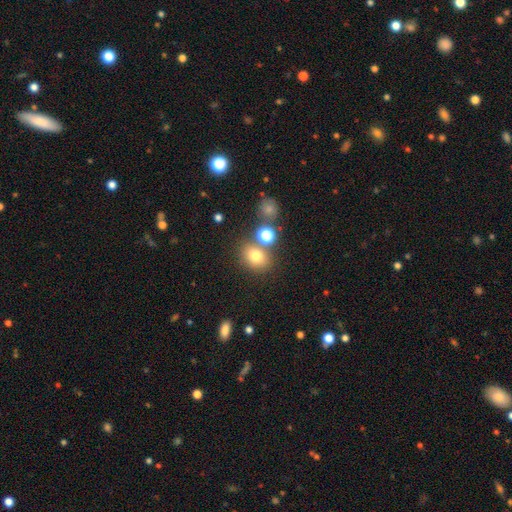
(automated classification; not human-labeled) A smooth galaxy with no disk features (74%) that is round (58%).

Vote fractions:
- Smooth or featured? smooth: 74% / star or artifact: 17% / featured or disk: 10%
- How rounded? round: 58% / in between: 41% / cigar-shaped: 1%
- Merging? none: 68% / merger: 16% / minor disturbance: 12% / major disturbance: 5%